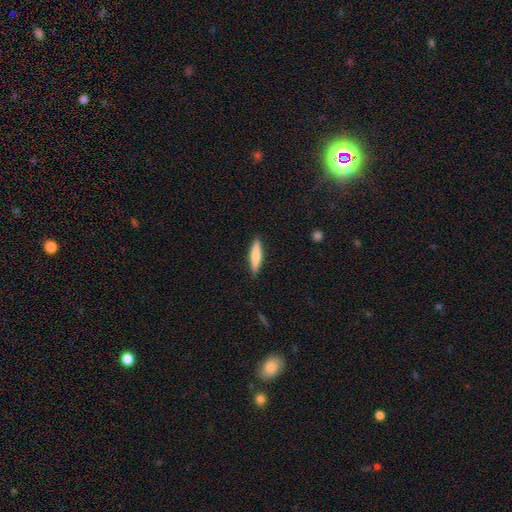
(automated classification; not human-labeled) Overall: smooth (69%). How rounded: cigar-shaped (81%). Merging: none (90%).